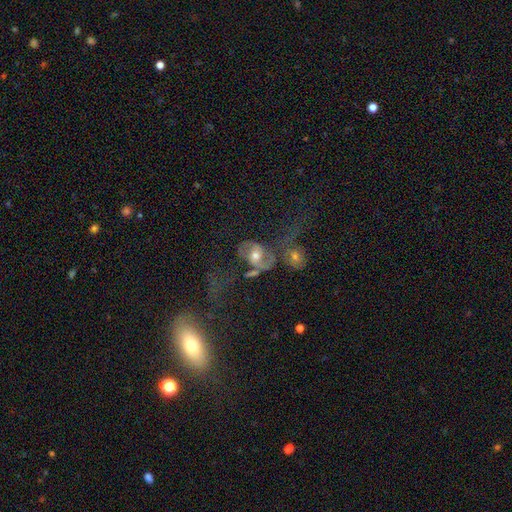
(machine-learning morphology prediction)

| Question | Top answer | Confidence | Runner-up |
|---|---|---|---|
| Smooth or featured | featured or disk | 63% | smooth (27%) |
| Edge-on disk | no | 95% | yes (5%) |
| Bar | no | 58% | weak (29%) |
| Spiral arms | yes | 66% | no (34%) |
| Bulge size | moderate | 73% | small (15%) |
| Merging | major disturbance | 29% | tied: none (29%) |